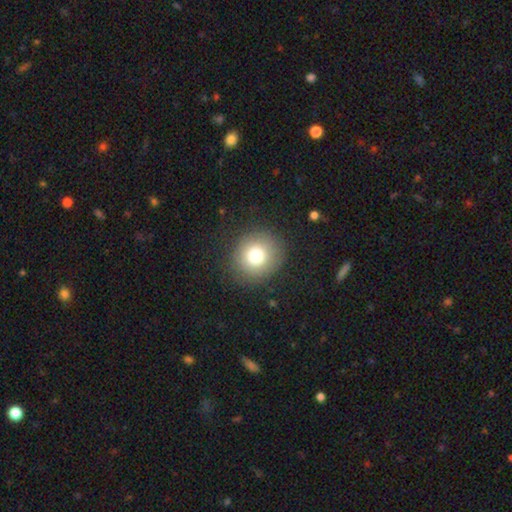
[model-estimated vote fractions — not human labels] Q: Smooth or featured?
A: smooth (77%); runner-up: featured or disk (12%)
Q: How rounded?
A: round (88%); runner-up: in between (11%)
Q: Merging?
A: none (86%); runner-up: minor disturbance (9%)